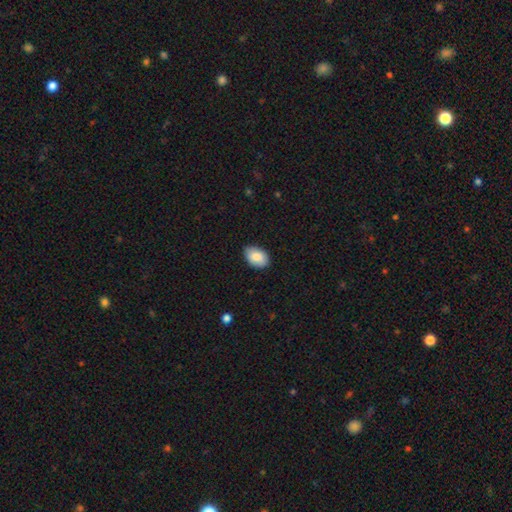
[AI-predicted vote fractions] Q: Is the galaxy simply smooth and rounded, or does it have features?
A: smooth — 86%.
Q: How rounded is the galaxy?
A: in between — 87%.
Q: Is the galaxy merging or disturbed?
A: none — 84%.